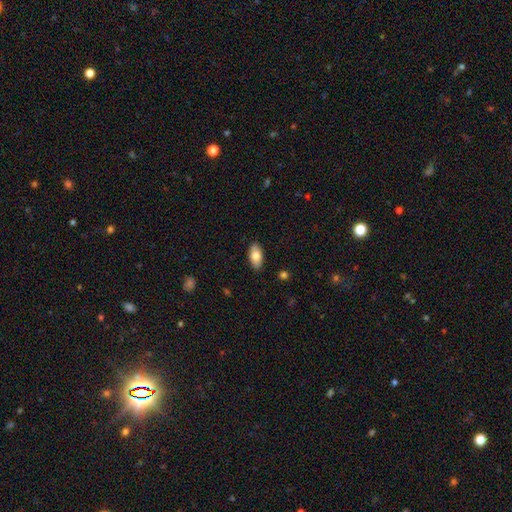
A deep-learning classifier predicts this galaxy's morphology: Q: Smooth or featured?
A: smooth (80%); runner-up: featured or disk (13%)
Q: How rounded?
A: in between (93%); runner-up: cigar-shaped (4%)
Q: Merging?
A: none (88%); runner-up: minor disturbance (9%)